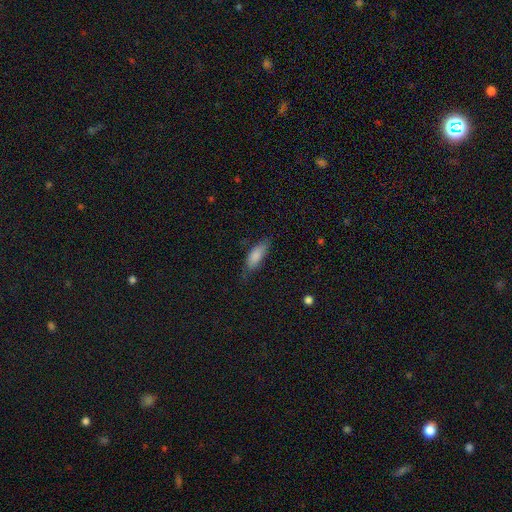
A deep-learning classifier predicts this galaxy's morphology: smooth-or-featured: smooth: 83% | featured or disk: 10% | star or artifact: 7%
  how-rounded: in between: 69% | cigar-shaped: 29% | round: 2%
  merging: none: 66% | minor disturbance: 26% | major disturbance: 6% | merger: 2%